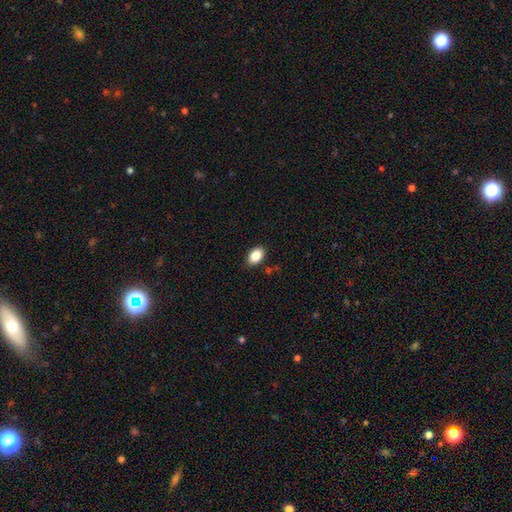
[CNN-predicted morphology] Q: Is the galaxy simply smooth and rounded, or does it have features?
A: smooth — 88%.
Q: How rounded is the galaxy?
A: in between — 88%.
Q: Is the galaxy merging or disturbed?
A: none — 87%.